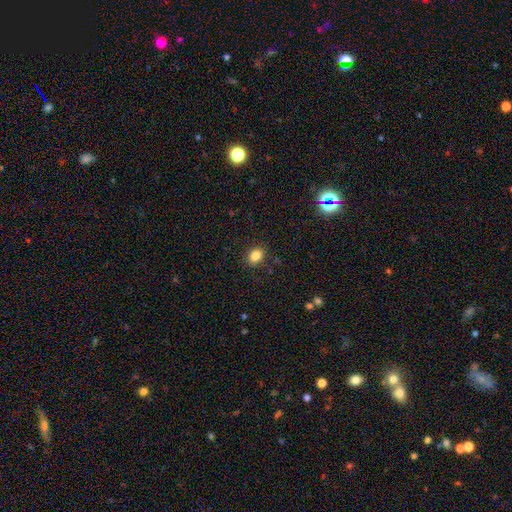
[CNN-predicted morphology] Overall: smooth (85%). How rounded: in between (71%). Merging: none (87%).